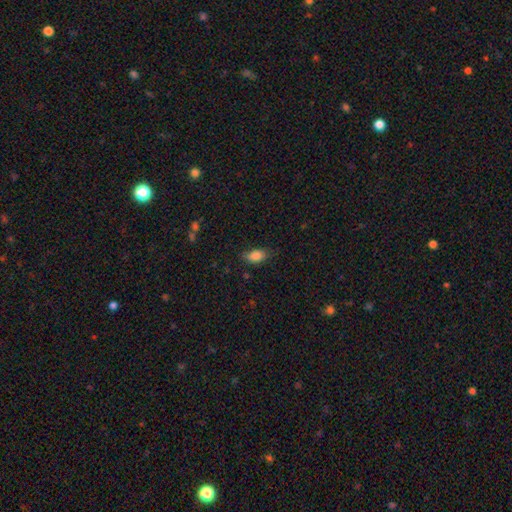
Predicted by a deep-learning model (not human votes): Q: Smooth or featured?
A: smooth (86%); runner-up: star or artifact (8%)
Q: How rounded?
A: in between (89%); runner-up: round (7%)
Q: Merging?
A: none (74%); runner-up: minor disturbance (20%)